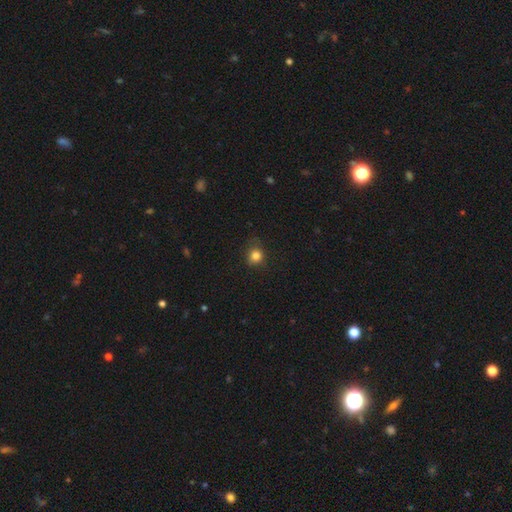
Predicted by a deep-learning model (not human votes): Overall: smooth (82%). How rounded: round (78%). Merging: none (76%).